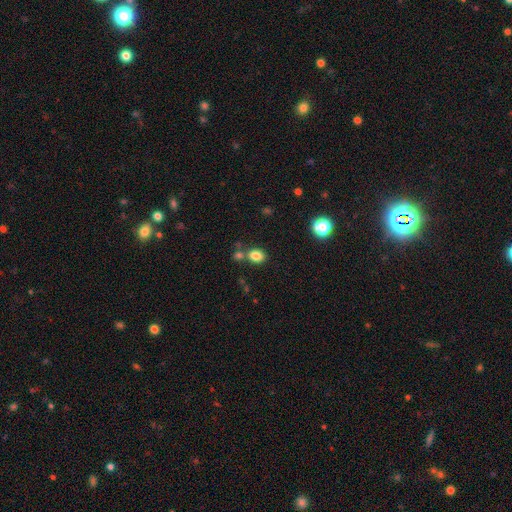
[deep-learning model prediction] Smooth or featured: smooth — 83% (star or artifact — 11%)
How rounded: in between — 55% (round — 44%)
Merging: none — 66% (merger — 19%)